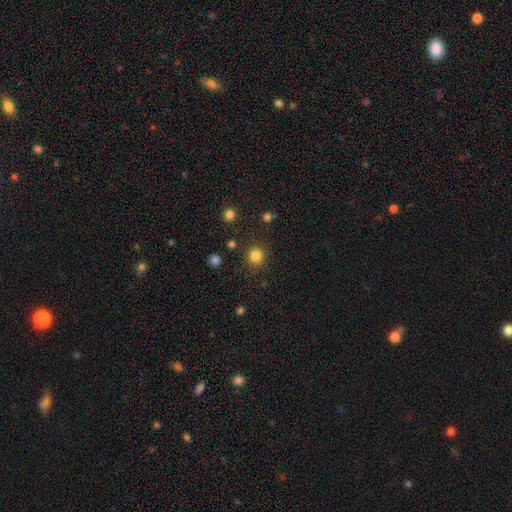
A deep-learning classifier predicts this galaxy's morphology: A smooth galaxy with no disk features (83%) that is round (93%).

Vote fractions:
- Smooth or featured? smooth: 83% / star or artifact: 13% / featured or disk: 4%
- How rounded? round: 93% / in between: 6% / cigar-shaped: 1%
- Merging? none: 89% / minor disturbance: 6% / major disturbance: 2% / merger: 2%